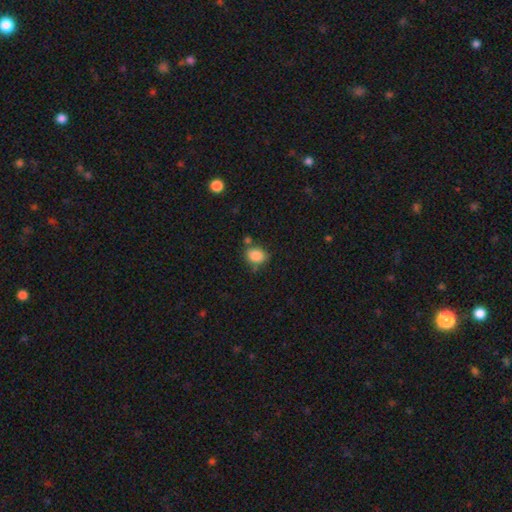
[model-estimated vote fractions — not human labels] A smooth galaxy with no disk features (85%) that is in between round and cigar-shaped (53%). Merging: none (65%).